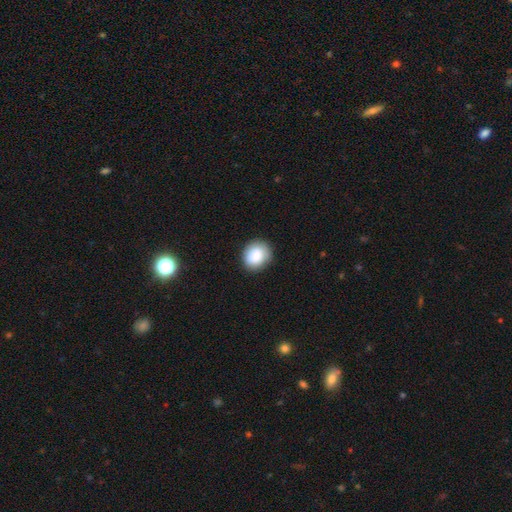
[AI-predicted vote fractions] smooth_or_featured: smooth (p=0.86) [alt: star or artifact p=0.08]
how_rounded: round (p=0.73) [alt: in between p=0.26]
merging: none (p=0.85) [alt: minor disturbance p=0.11]